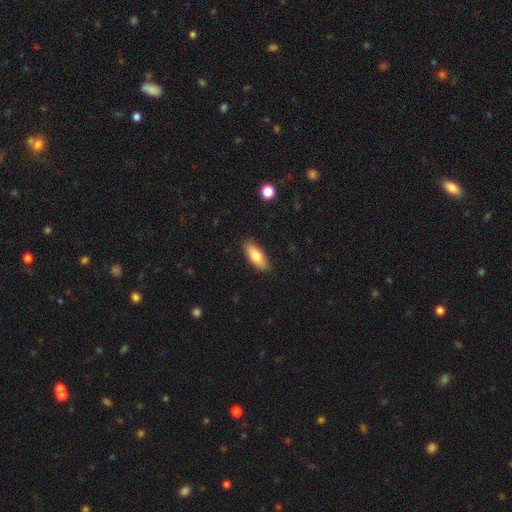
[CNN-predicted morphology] A smooth galaxy with no disk features (78%) that is in between round and cigar-shaped (75%).

Vote fractions:
- Smooth or featured? smooth: 78% / featured or disk: 16% / star or artifact: 6%
- How rounded? in between: 75% / cigar-shaped: 23% / round: 2%
- Merging? none: 88% / minor disturbance: 9% / major disturbance: 2% / merger: 1%